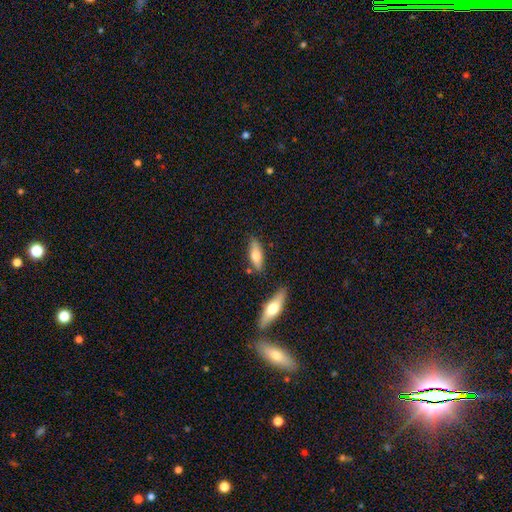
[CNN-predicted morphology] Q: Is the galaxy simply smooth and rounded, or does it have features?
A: smooth — 66%.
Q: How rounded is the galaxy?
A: in between — 56%.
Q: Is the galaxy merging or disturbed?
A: none — 75%.